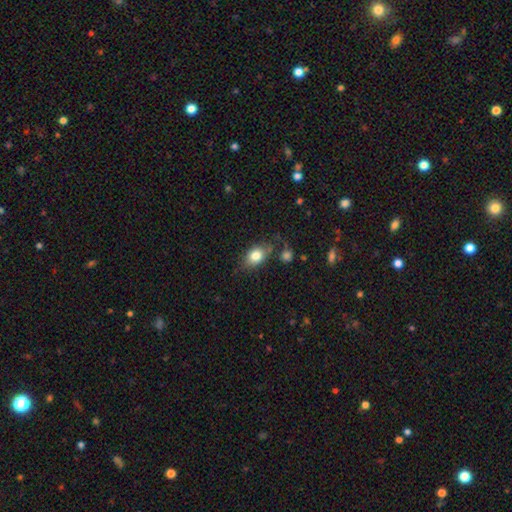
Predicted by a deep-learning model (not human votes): This appears to be a smooth galaxy with no disk features (81%) that is in between round and cigar-shaped (74%). Merging: none (68%).